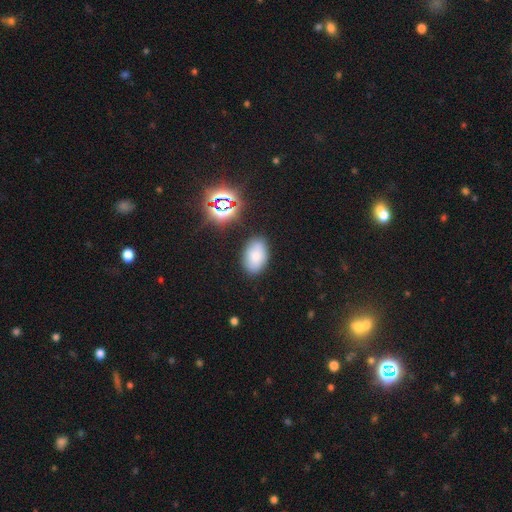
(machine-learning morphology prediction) A smooth galaxy with no disk features (76%) that is in between round and cigar-shaped (90%).

Vote fractions:
- Smooth or featured? smooth: 76% / star or artifact: 13% / featured or disk: 12%
- How rounded? in between: 90% / round: 9% / cigar-shaped: 1%
- Merging? none: 81% / minor disturbance: 13% / major disturbance: 3% / merger: 3%